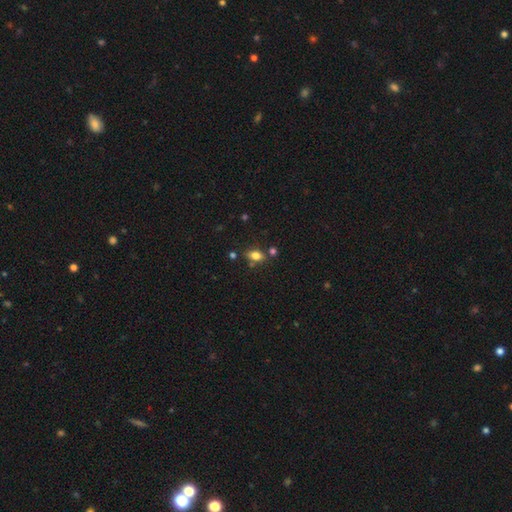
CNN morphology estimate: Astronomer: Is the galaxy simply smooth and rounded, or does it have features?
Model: smooth — 76%.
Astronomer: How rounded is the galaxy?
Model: in between — 80%.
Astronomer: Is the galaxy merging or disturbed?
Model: none — 72%.